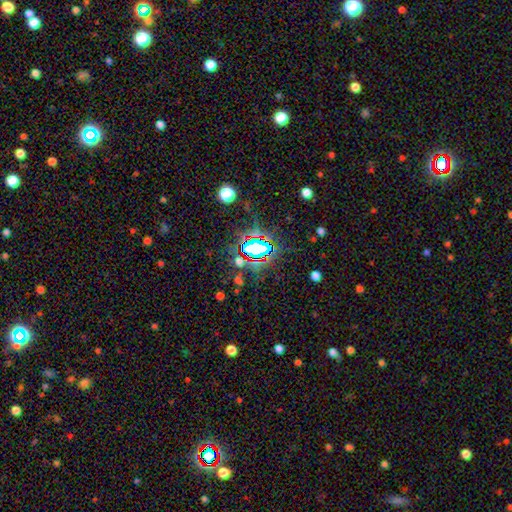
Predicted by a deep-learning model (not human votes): star or artifact 69%, smooth 19%, featured or disk 12%.